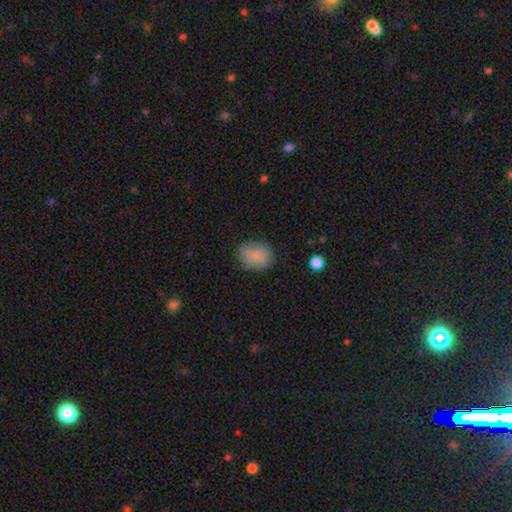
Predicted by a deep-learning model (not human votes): Q: Smooth or featured?
A: smooth (83%); runner-up: star or artifact (9%)
Q: How rounded?
A: round (50%); runner-up: in between (49%)
Q: Merging?
A: none (80%); runner-up: minor disturbance (15%)